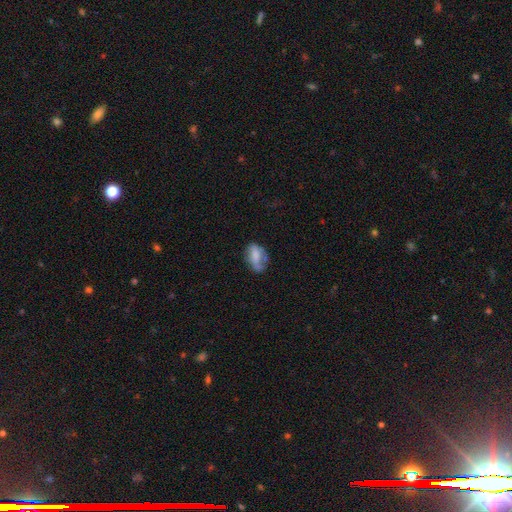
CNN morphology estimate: A smooth galaxy with no disk features (62%) that is in between round and cigar-shaped (87%). Merging: none (45%).